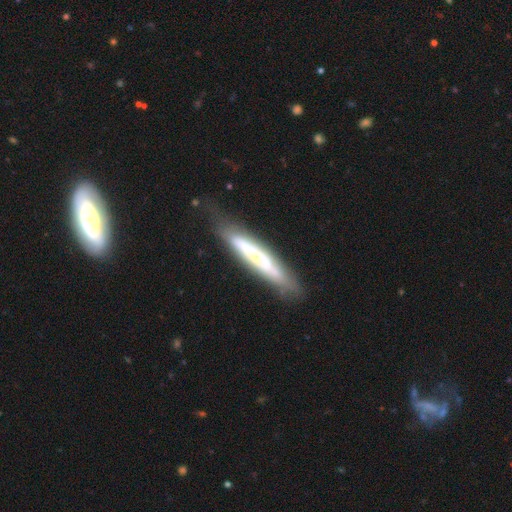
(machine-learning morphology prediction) This is likely a featured or disk galaxy (61%). It is likely viewed edge-on (60%). Merging: likely none (66%).